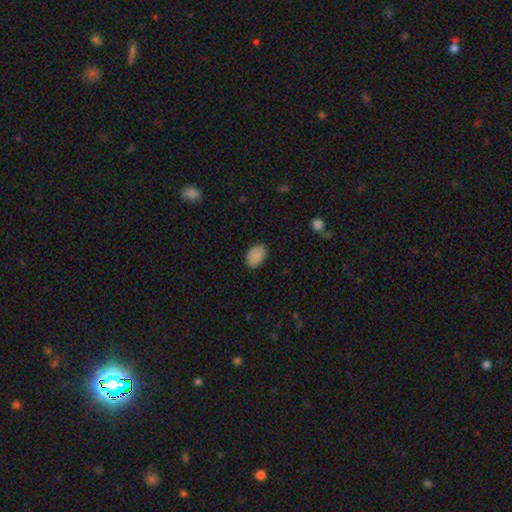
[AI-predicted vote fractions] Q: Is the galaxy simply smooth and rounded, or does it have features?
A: smooth — 88%.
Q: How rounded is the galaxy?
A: in between — 85%.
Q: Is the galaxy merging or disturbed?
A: none — 85%.